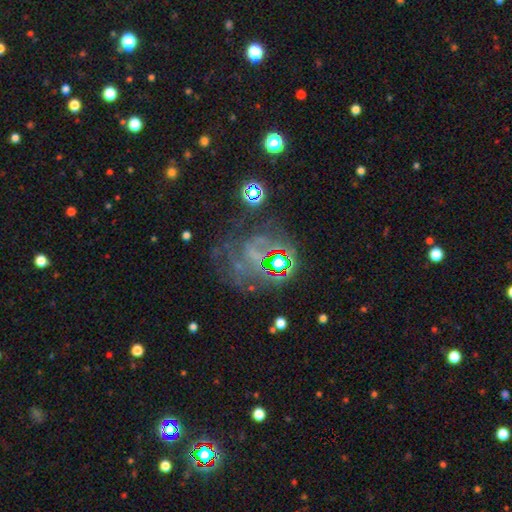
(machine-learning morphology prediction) This is possibly a star or artifact rather than a galaxy (47%).